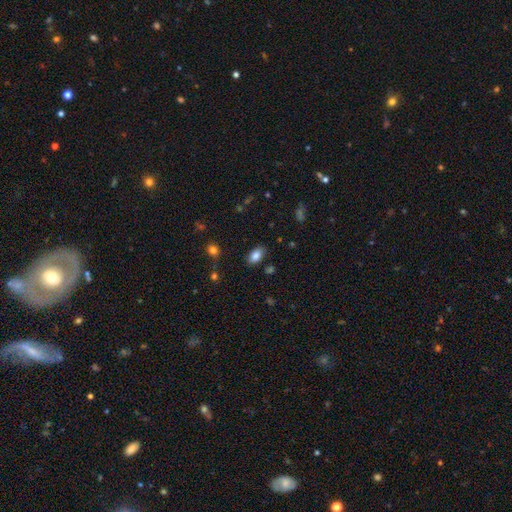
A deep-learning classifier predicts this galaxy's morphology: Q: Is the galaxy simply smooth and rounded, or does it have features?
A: smooth — 84%.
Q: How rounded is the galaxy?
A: in between — 91%.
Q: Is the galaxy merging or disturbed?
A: none — 82%.